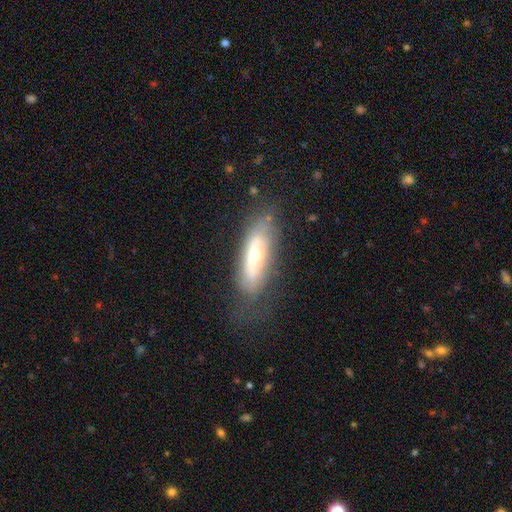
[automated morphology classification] smooth_or_featured: featured or disk (p=0.52) [alt: smooth p=0.40]
disk_edge_on: no (p=0.57) [alt: yes p=0.43]
merging: none (p=0.62) [alt: minor disturbance p=0.24]